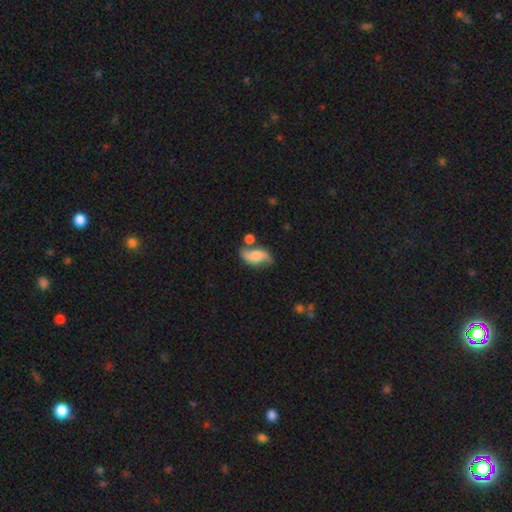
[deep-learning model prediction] This is possibly a featured or disk galaxy (60%). It is clearly not viewed edge-on (94%). Bar: possibly no (59%). Spiral arm pattern: clearly yes (90%). Spiral arm count: clearly 2 (90%). Spiral winding: likely loose (74%). Central bulge: marginally moderate (30%). Merging: possibly none (54%).